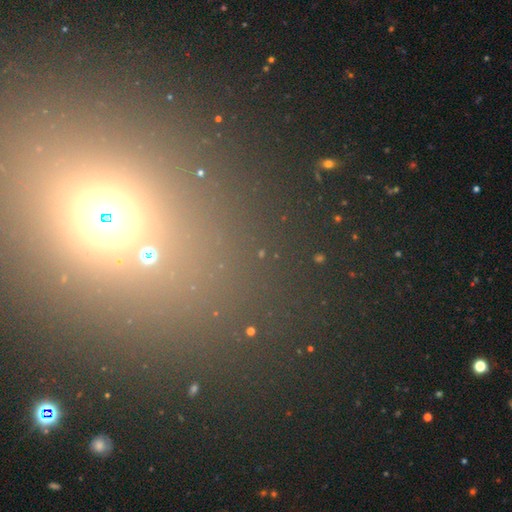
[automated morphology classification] smooth-or-featured: star or artifact: 70% | smooth: 20% | featured or disk: 9%